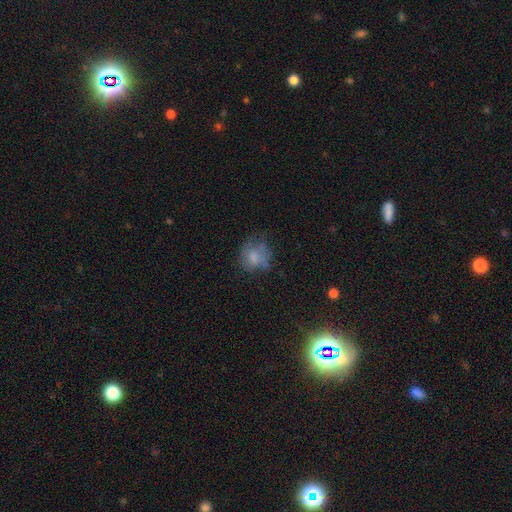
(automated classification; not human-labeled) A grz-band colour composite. It shows a smooth galaxy with no disk features (64%) that is round (68%). Merging: none (50%).